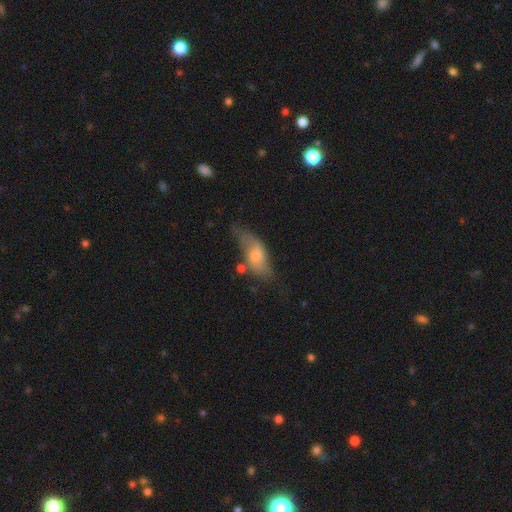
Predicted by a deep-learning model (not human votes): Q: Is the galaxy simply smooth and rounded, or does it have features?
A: smooth — 55%.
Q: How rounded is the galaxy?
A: in between — 78%.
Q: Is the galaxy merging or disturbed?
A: none — 41%.